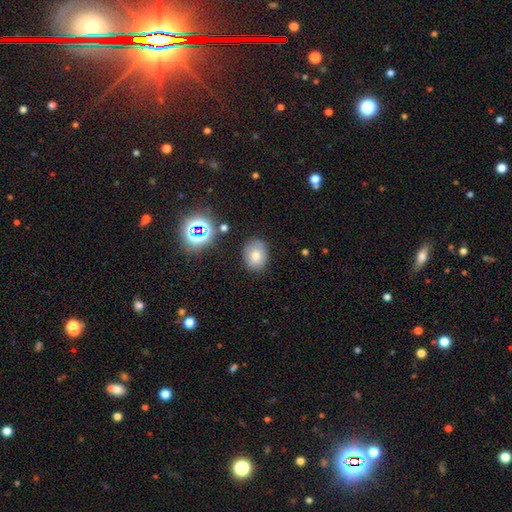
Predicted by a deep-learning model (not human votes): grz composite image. It shows a smooth galaxy with no disk features (72%) that is in between round and cigar-shaped (62%). Merging: none (80%).